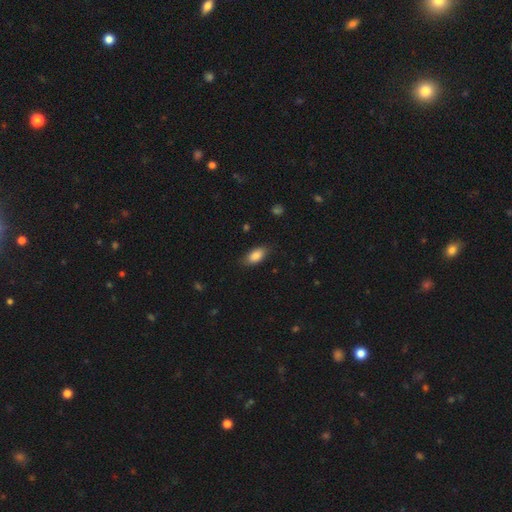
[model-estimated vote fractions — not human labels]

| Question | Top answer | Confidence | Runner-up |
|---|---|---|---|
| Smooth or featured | smooth | 85% | featured or disk (8%) |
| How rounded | in between | 90% | cigar-shaped (6%) |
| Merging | none | 80% | minor disturbance (15%) |